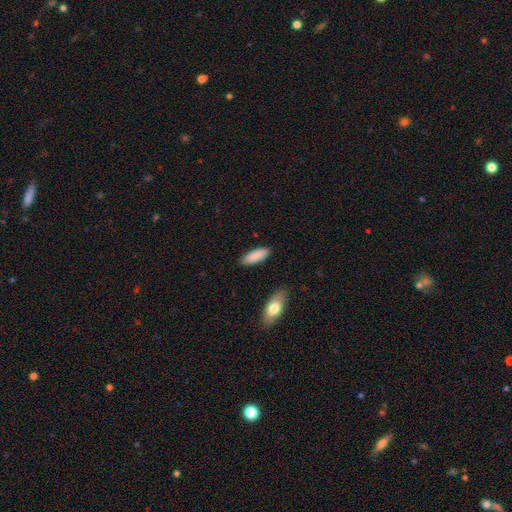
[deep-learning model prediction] Smooth or featured? smooth (88%)
How rounded? in between (66%)
Merging? none (86%)